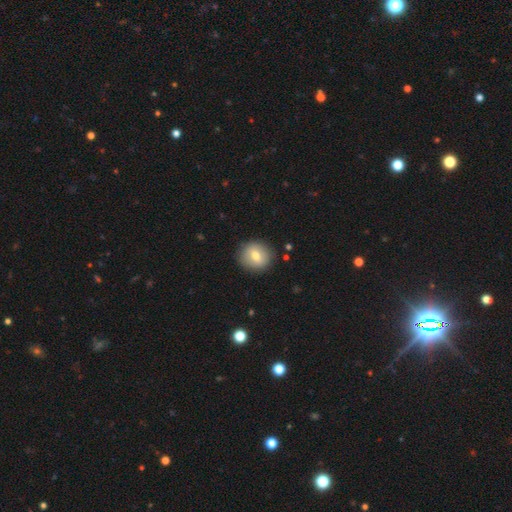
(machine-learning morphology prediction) Smooth or featured: smooth — 71% (featured or disk — 21%)
How rounded: round — 85% (in between — 14%)
Merging: none — 88% (minor disturbance — 9%)